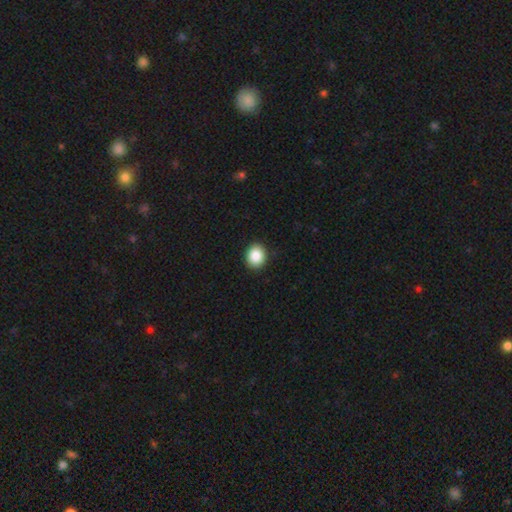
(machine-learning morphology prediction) smooth-or-featured: smooth: 88% | star or artifact: 8% | featured or disk: 4%
  how-rounded: round: 62% | in between: 37% | cigar-shaped: 1%
  merging: none: 91% | minor disturbance: 7% | major disturbance: 2% | merger: 1%